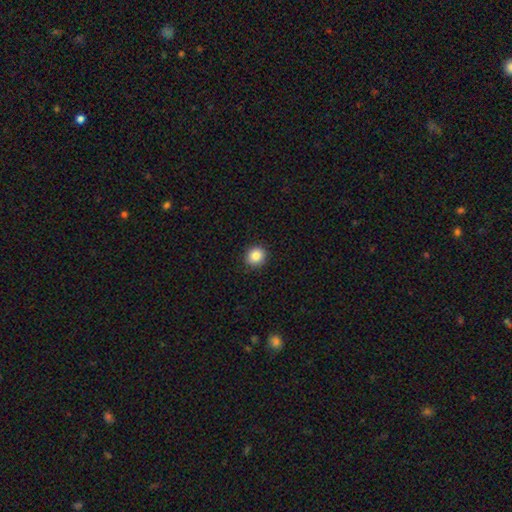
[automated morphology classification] The model was most divided on "smooth or featured": smooth: 85%, star or artifact: 10%, featured or disk: 5%. More confident: merging — none (91%); how rounded — round (88%).